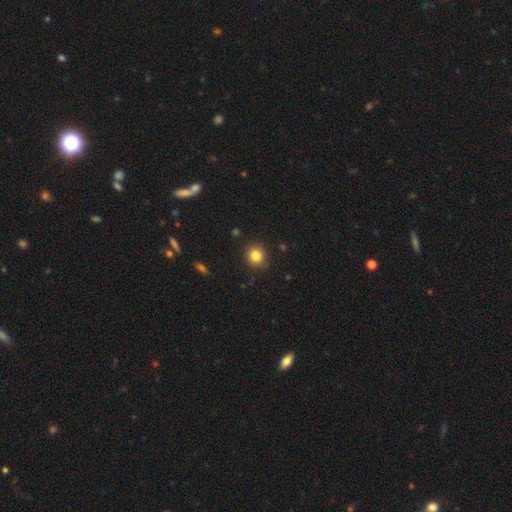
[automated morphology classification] Smooth or featured?
  - smooth: 83% *
  - star or artifact: 12%
  - featured or disk: 6%
How rounded?
  - round: 90% *
  - in between: 9%
  - cigar-shaped: 1%
Merging?
  - none: 90% *
  - minor disturbance: 7%
  - major disturbance: 2%
  - merger: 1%